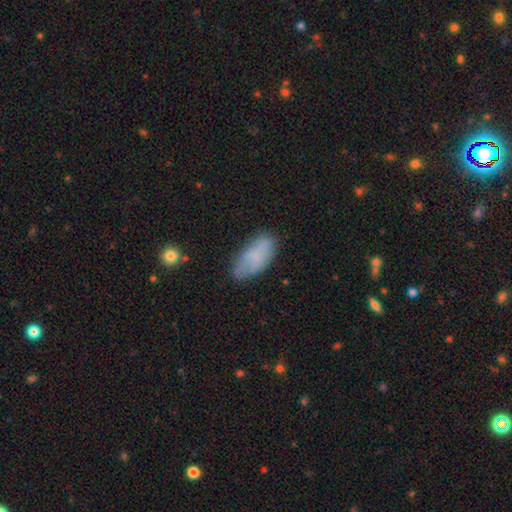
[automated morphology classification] smooth_or_featured: smooth (p=0.73) [alt: featured or disk p=0.19]
how_rounded: in between (p=0.89) [alt: cigar-shaped p=0.08]
merging: none (p=0.65) [alt: minor disturbance p=0.26]